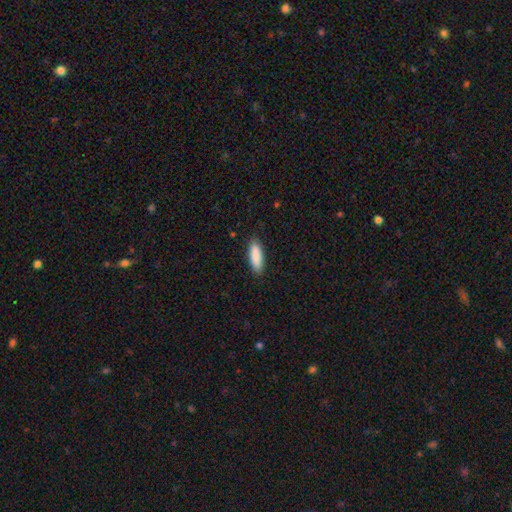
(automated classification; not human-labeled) Smooth or featured? Predicted: smooth (p=0.90). How rounded? Predicted: in between (p=0.58). Merging? Predicted: none (p=0.88).